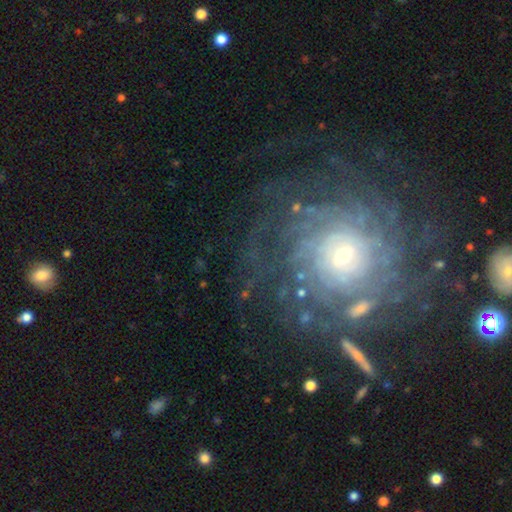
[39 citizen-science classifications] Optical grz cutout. It shows a featured or disk galaxy (85%) with a weak bar (39%), more than 4 (52%) tight (68%) spiral arms (100%) and a small central bulge (48%). Merging: none (65%).